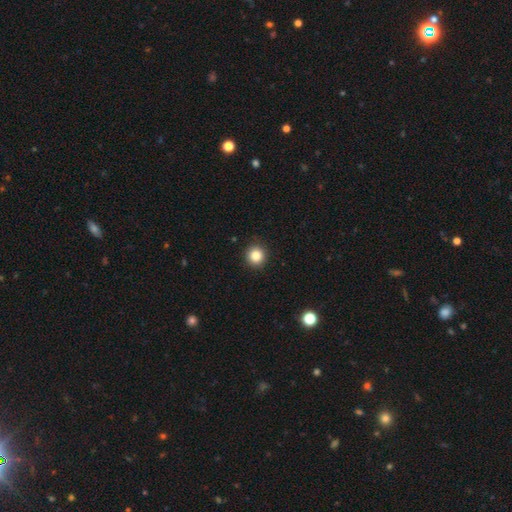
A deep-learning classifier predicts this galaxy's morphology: A smooth galaxy with no disk features (85%) that is round (94%). Merging: none (92%).